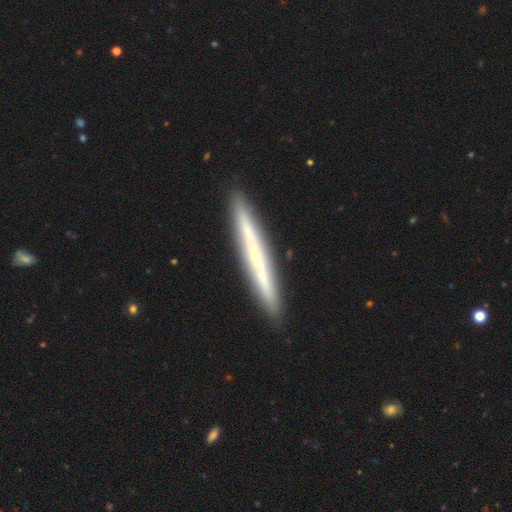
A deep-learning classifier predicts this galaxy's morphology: featured or disk 51%, smooth 43%, star or artifact 6%. Down the decision tree: edge-on disk — yes (95%); merging — none (90%).